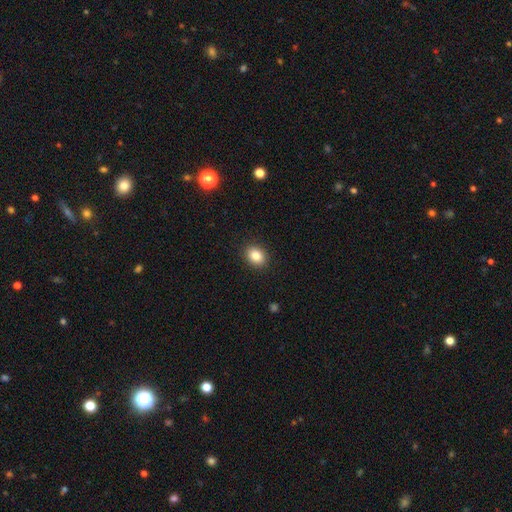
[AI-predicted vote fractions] Smooth or featured? smooth (85%)
How rounded? in between (54%)
Merging? none (90%)